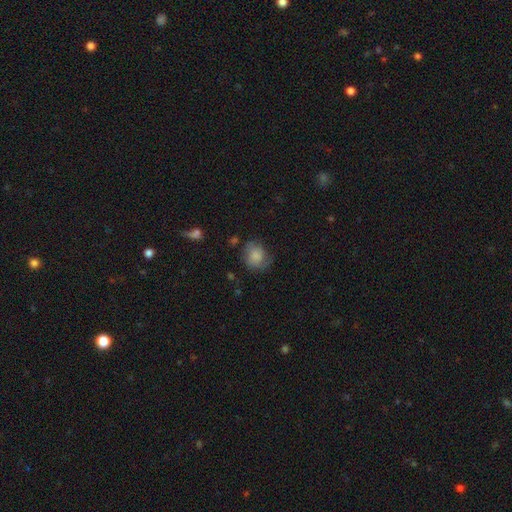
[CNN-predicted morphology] Smooth or featured? smooth (70%)
How rounded? round (65%)
Merging? none (55%)